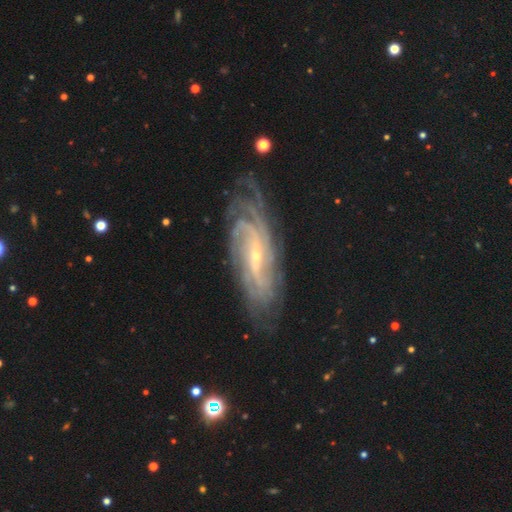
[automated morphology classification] Smooth or featured?
  - featured or disk: 89% *
  - star or artifact: 6%
  - smooth: 5%
Edge-on disk?
  - no: 91% *
  - yes: 9%
Bar?
  - weak: 40% *
  - no: 38%
  - strong: 22%
Spiral arms?
  - yes: 98% *
  - no: 2%
Spiral winding?
  - tight: 63% *
  - medium: 29%
  - loose: 7%
Spiral arm count?
  - can't tell: 30% *
  - 4: 21%
  - 2: 15%
  - more than 4: 14%
  - 3: 13%
  - 1: 7%
Bulge size?
  - small: 80% *
  - moderate: 16%
  - none: 2%
  - large: 1%
  - dominant: 1%
Merging?
  - none: 75% *
  - minor disturbance: 17%
  - major disturbance: 6%
  - merger: 2%